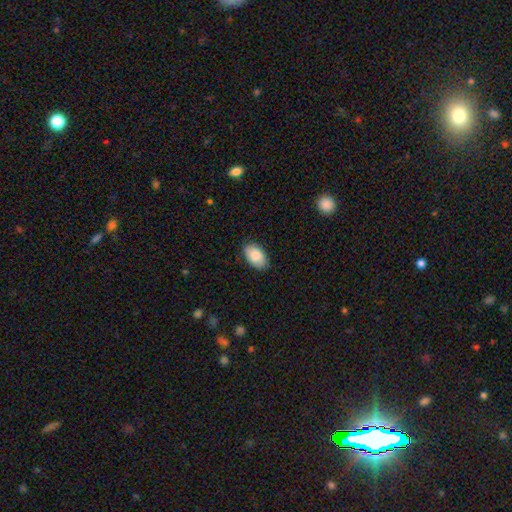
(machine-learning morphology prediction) This is clearly a smooth galaxy (86%). How rounded: clearly in between (94%). Merging: clearly none (85%).